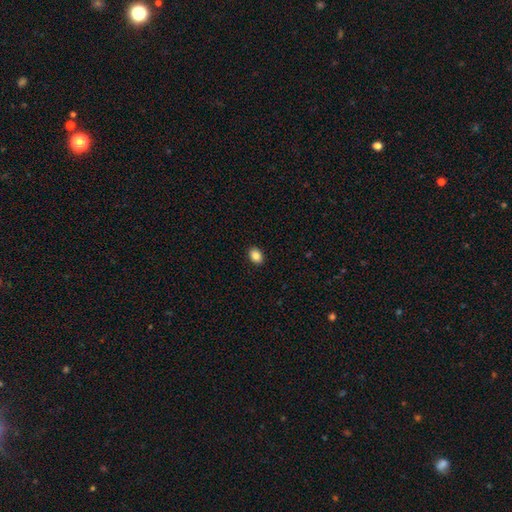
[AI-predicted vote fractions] Q: Smooth or featured?
A: smooth (88%); runner-up: star or artifact (9%)
Q: How rounded?
A: in between (75%); runner-up: round (24%)
Q: Merging?
A: none (91%); runner-up: minor disturbance (6%)